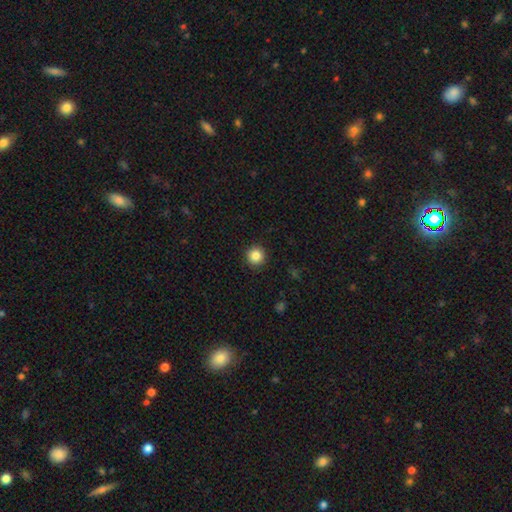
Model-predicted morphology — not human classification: Q: Smooth or featured?
A: smooth (85%); runner-up: star or artifact (10%)
Q: How rounded?
A: round (96%); runner-up: in between (3%)
Q: Merging?
A: none (92%); runner-up: minor disturbance (5%)